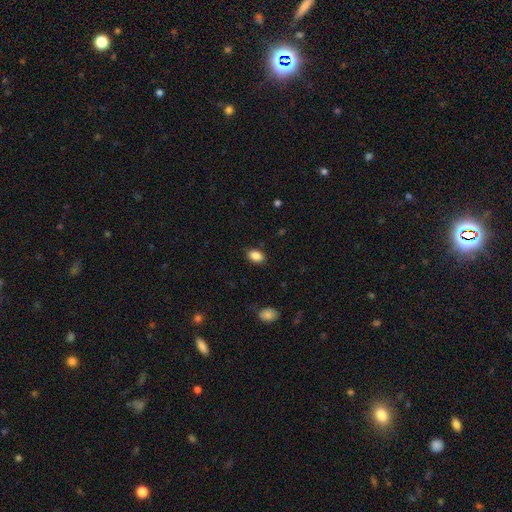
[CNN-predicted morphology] type=smooth (87%); roundness=in between (85%); merging=none (87%).